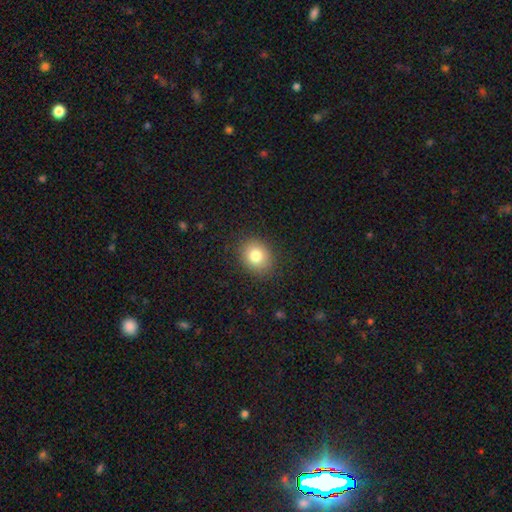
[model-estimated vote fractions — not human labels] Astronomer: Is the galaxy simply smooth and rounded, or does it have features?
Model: smooth — 80%.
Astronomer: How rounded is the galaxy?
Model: round — 59% (runner-up: in between, 40%).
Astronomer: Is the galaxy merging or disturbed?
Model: none — 87%.